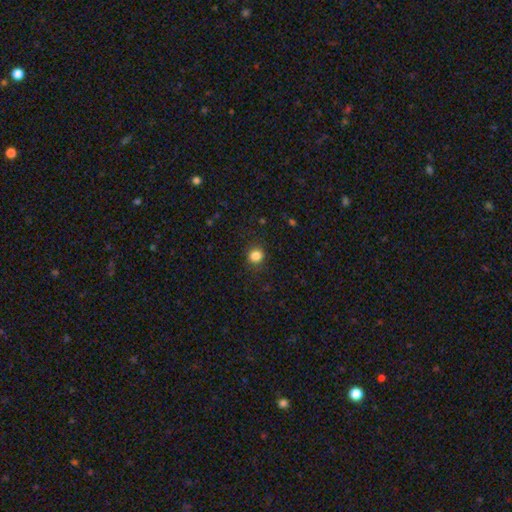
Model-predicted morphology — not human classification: A smooth galaxy with no disk features (84%) that is round (83%). Merging: none (87%).